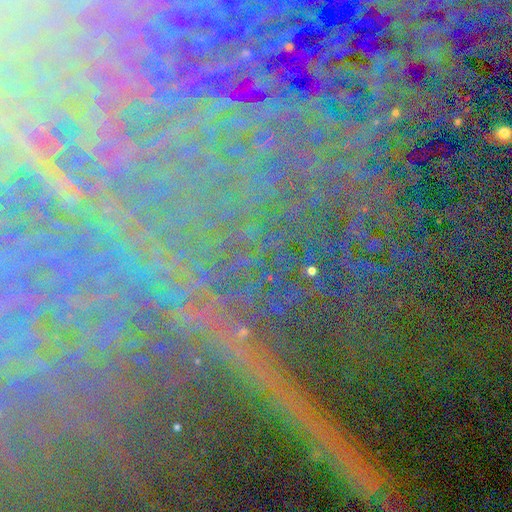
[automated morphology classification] A star or artifact, not a galaxy (80%).